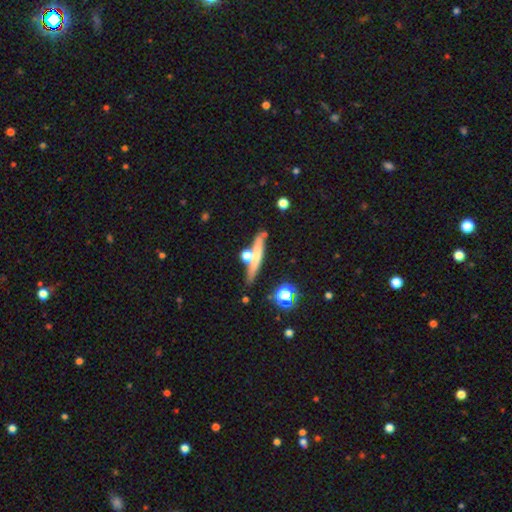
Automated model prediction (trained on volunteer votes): smooth 55%, featured or disk 36%, star or artifact 10%. Down the decision tree: how rounded — cigar-shaped (84%); merging — none (68%).